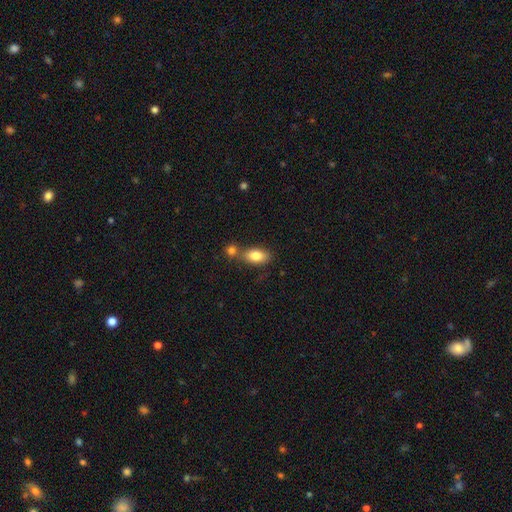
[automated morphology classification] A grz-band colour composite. It shows a smooth galaxy with no disk features (81%) that is in between round and cigar-shaped (87%). Merging: none (55%).